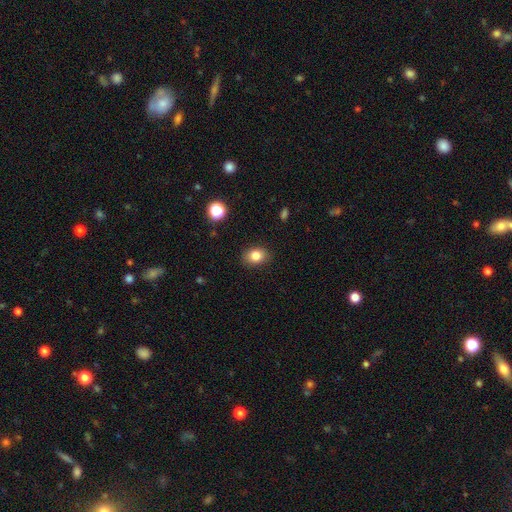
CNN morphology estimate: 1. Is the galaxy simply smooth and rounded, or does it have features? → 82% smooth, 11% star or artifact, 7% featured or disk.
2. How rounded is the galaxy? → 57% in between, 42% round, 1% cigar-shaped.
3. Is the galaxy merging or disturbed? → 87% none, 9% minor disturbance, 2% major disturbance, 1% merger.